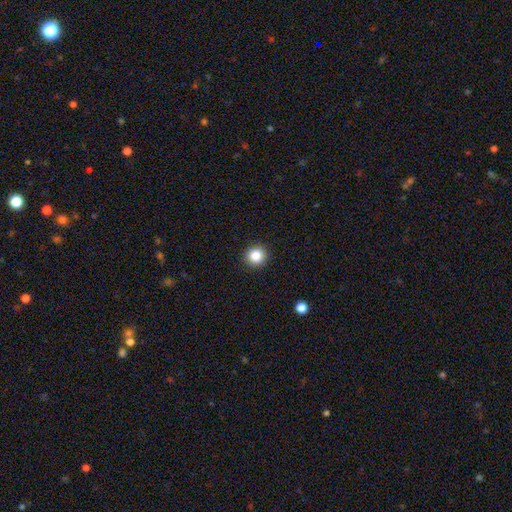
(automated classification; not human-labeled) This appears to be a smooth galaxy with no disk features (85%) that is round (92%). Merging: none (92%).